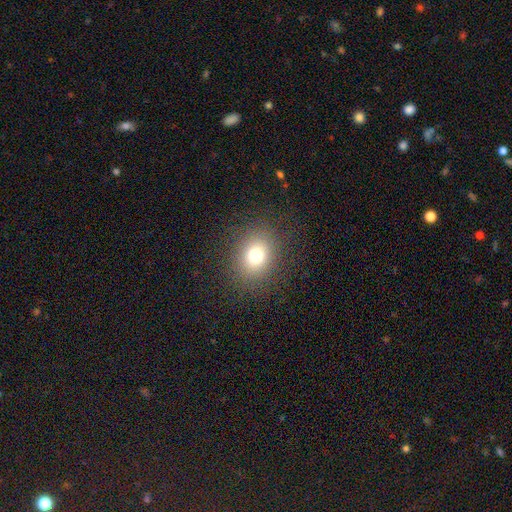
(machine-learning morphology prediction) A smooth galaxy with no disk features (75%) that is round (59%). Merging: none (86%).